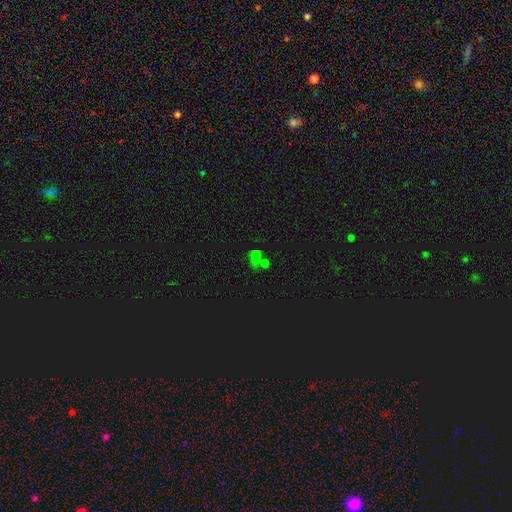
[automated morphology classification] Smooth or featured: star or artifact — 47% (smooth — 40%)